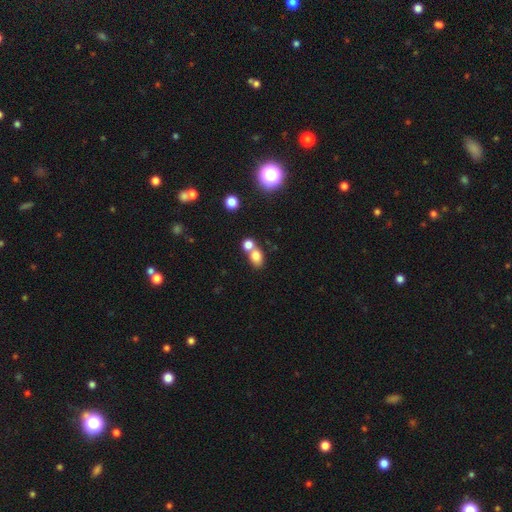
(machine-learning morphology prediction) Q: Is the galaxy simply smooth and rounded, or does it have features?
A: smooth — 78%.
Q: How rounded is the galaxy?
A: in between — 60%.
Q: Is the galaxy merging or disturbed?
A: merger — 48%.